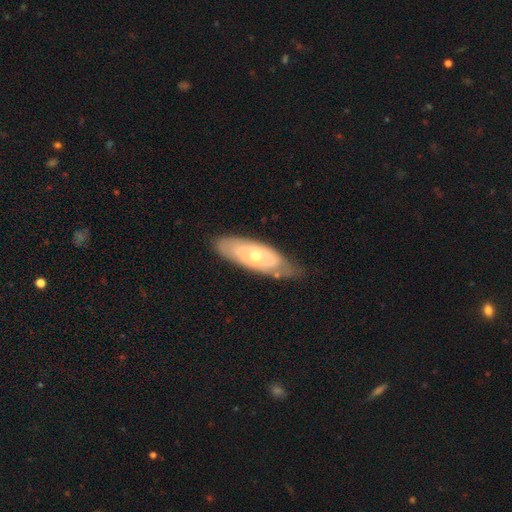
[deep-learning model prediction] Smooth or featured? featured or disk (63%)
Edge-on disk? no (81%)
Bar? no (85%)
Spiral arms? no (64%)
Bulge size? moderate (65%)
Merging? none (69%)